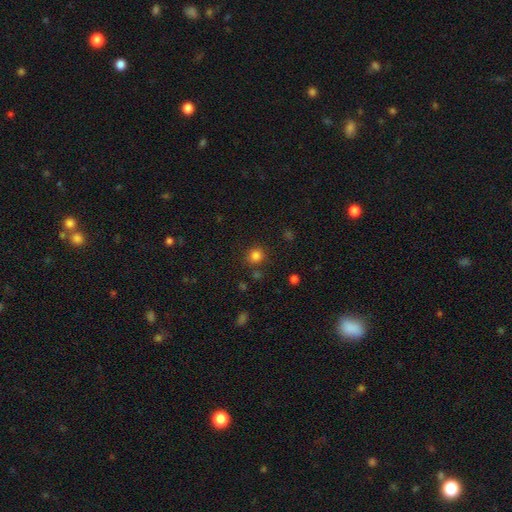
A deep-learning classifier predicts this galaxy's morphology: Smooth or featured?
  - smooth: 82% *
  - star or artifact: 14%
  - featured or disk: 5%
How rounded?
  - round: 90% *
  - in between: 10%
  - cigar-shaped: 1%
Merging?
  - none: 83% *
  - minor disturbance: 9%
  - merger: 5%
  - major disturbance: 3%